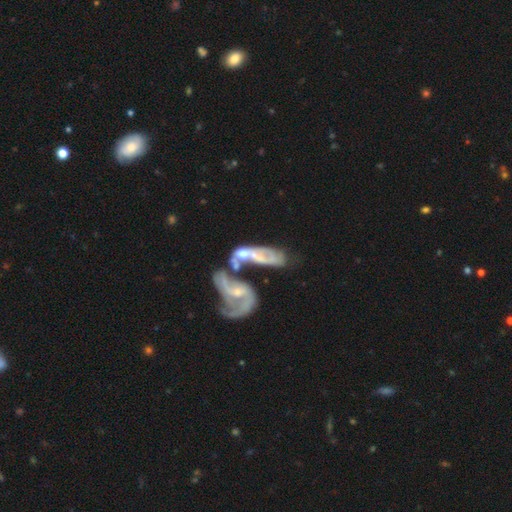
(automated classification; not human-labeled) Overall: featured or disk (74%). Edge-on disk: no (93%). Bar: no (57%; weak 32%). Spiral arms: yes (76%). Spiral arm count: 2 (52%; can't tell 26%). Spiral winding: loose (45%; medium 36%). Bulge size: small (48%; moderate 31%). Merging: merger (68%).